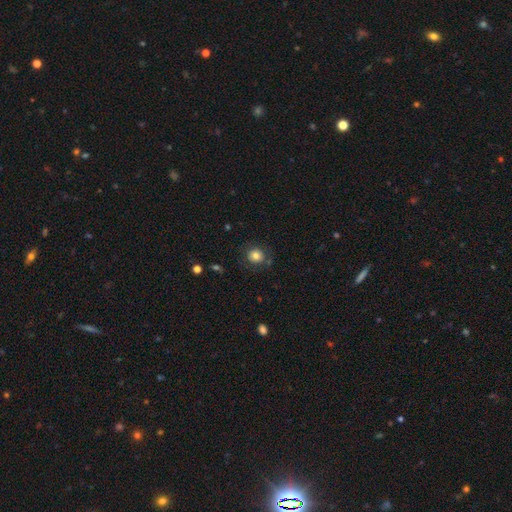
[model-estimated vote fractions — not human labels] This appears to be a smooth galaxy with no disk features (77%) that is round (86%). Merging: none (78%).